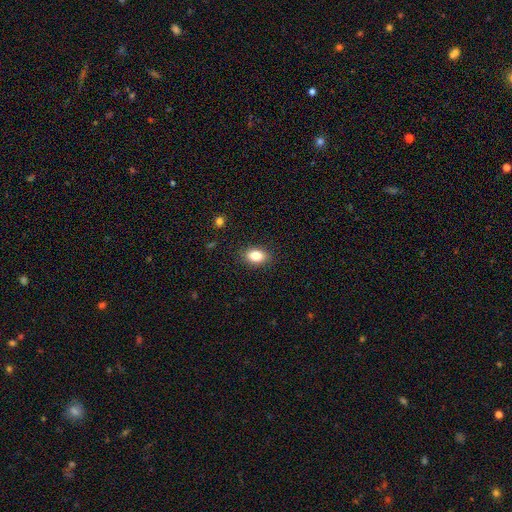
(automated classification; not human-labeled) Smooth or featured: smooth — 84% (star or artifact — 9%)
How rounded: in between — 83% (round — 15%)
Merging: none — 88% (minor disturbance — 9%)